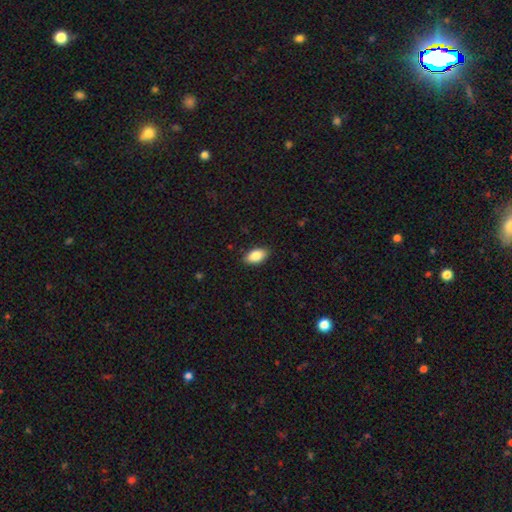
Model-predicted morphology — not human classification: smooth-or-featured: smooth: 87% | star or artifact: 7% | featured or disk: 6%
  how-rounded: in between: 94% | round: 4% | cigar-shaped: 2%
  merging: none: 89% | minor disturbance: 8% | major disturbance: 2% | merger: 1%